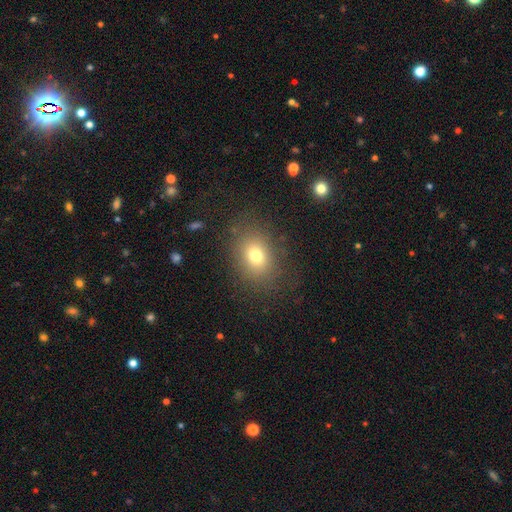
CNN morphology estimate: Overall: smooth (73%). How rounded: in between (54%; round 45%). Merging: none (81%).